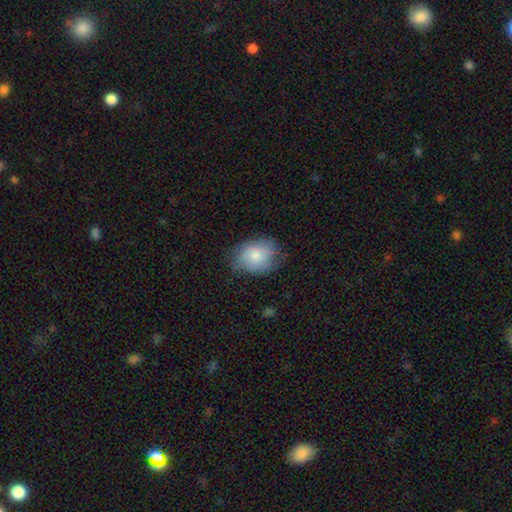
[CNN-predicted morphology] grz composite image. It shows a smooth galaxy with no disk features (77%) that is in between round and cigar-shaped (65%). Merging: none (63%).